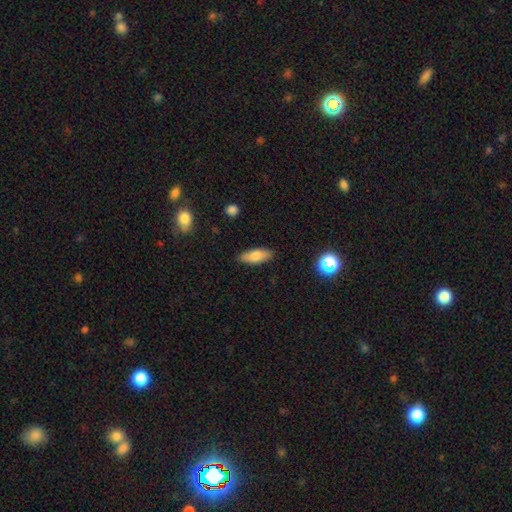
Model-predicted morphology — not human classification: smooth 78%, featured or disk 15%, star or artifact 7%. Down the decision tree: how rounded — in between (71%); merging — none (86%).